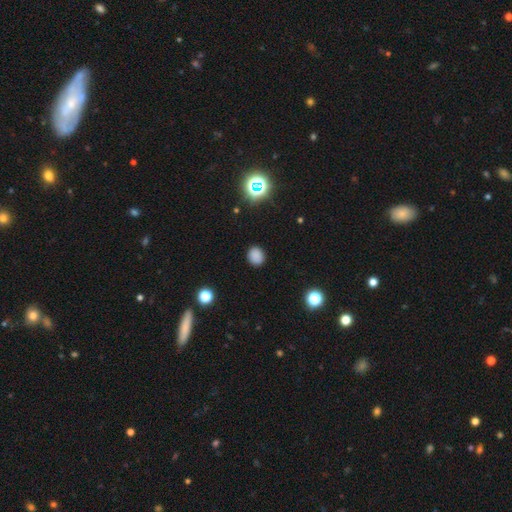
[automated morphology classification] Smooth or featured?
  - smooth: 82% *
  - star or artifact: 15%
  - featured or disk: 4%
How rounded?
  - round: 73% *
  - in between: 26%
  - cigar-shaped: 1%
Merging?
  - none: 89% *
  - minor disturbance: 7%
  - major disturbance: 2%
  - merger: 1%